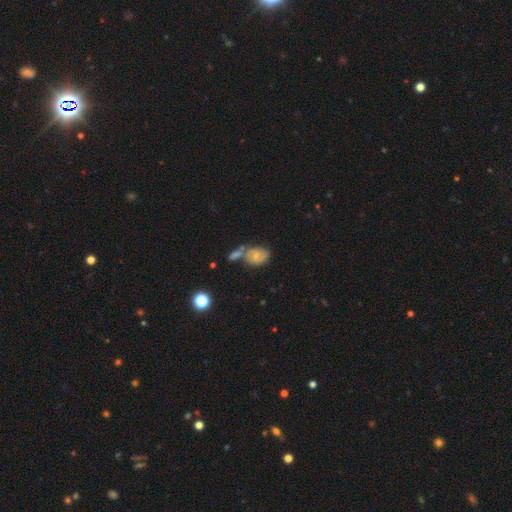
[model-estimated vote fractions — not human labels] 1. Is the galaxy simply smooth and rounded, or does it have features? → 51% featured or disk, 39% smooth, 10% star or artifact.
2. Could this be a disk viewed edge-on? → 96% no, 4% yes.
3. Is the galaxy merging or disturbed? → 39% none, 36% merger, 16% minor disturbance, 8% major disturbance.